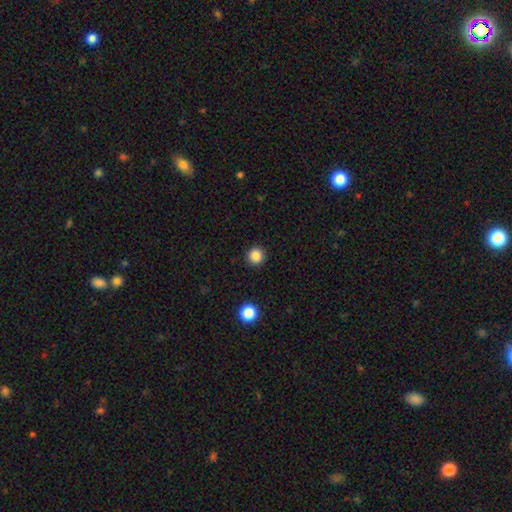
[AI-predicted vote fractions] smooth_or_featured: smooth (p=0.85) [alt: star or artifact p=0.12]
how_rounded: round (p=0.95) [alt: in between p=0.04]
merging: none (p=0.92) [alt: minor disturbance p=0.05]